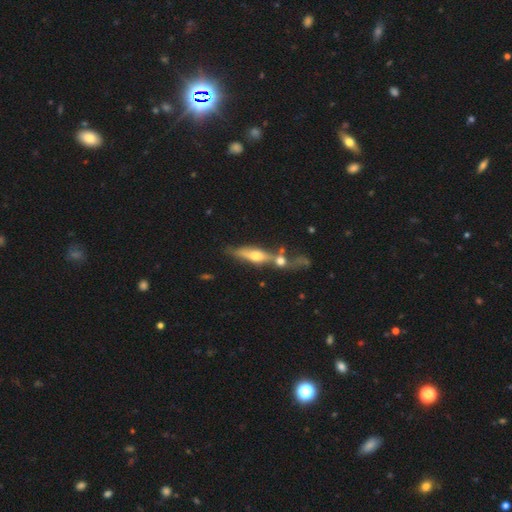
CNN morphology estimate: This appears to be a featured or disk galaxy (59%) viewed edge-on (80%). Merging: none (40%).